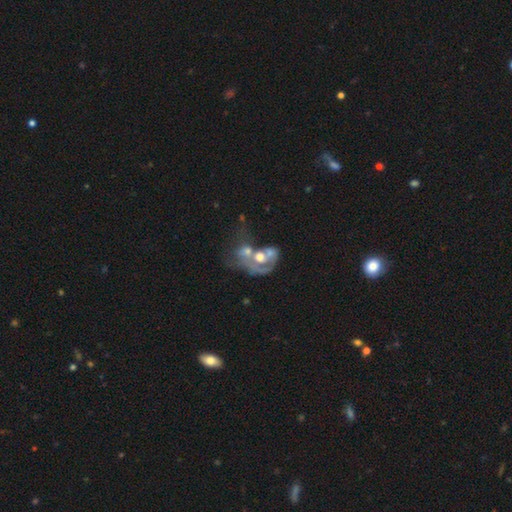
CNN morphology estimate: This is likely a featured or disk galaxy (60%). It is clearly not viewed edge-on (94%). Bar: clearly no (82%). Spiral arm pattern: likely no (61%). Central bulge: likely moderate (63%). Merging: likely merger (69%).